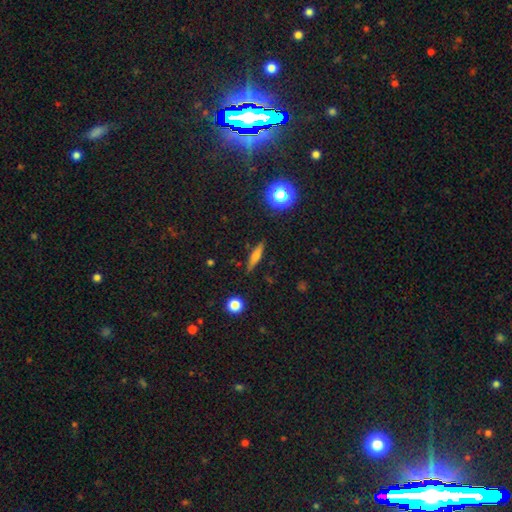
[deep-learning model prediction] Q: Smooth or featured?
A: smooth (53%); runner-up: featured or disk (37%)
Q: How rounded?
A: cigar-shaped (78%); runner-up: in between (17%)
Q: Merging?
A: none (87%); runner-up: minor disturbance (9%)